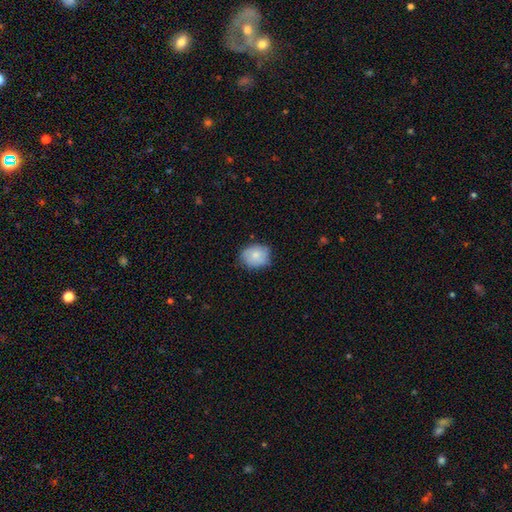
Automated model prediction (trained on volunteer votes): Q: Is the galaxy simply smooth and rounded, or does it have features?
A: smooth — 78%.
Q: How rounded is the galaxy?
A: round — 53%.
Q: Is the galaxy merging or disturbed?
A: none — 72%.